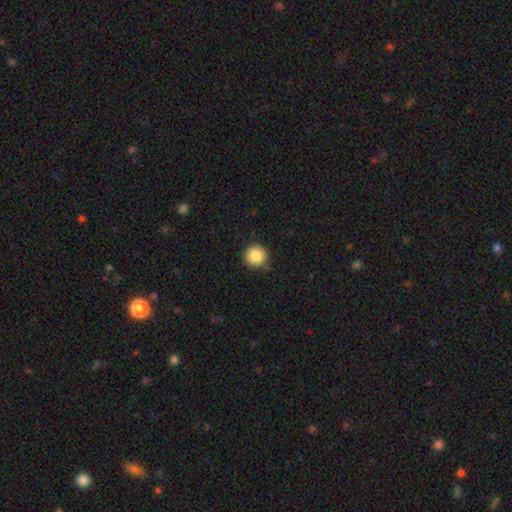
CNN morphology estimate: This appears to be a smooth galaxy with no disk features (86%) that is round (95%). Merging: none (88%).